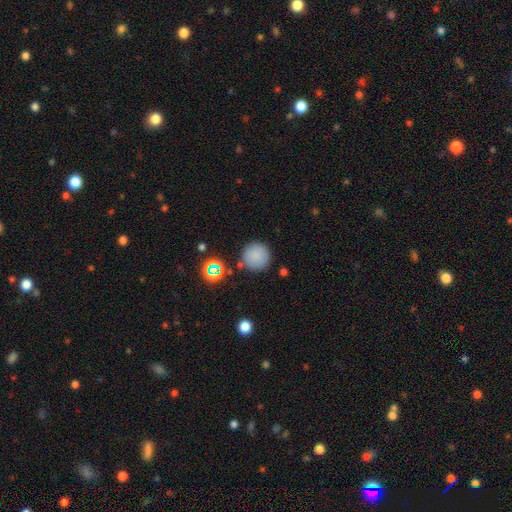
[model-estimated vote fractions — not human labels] smooth 82%, star or artifact 12%, featured or disk 6%. Down the decision tree: how rounded — round (96%); merging — none (84%).